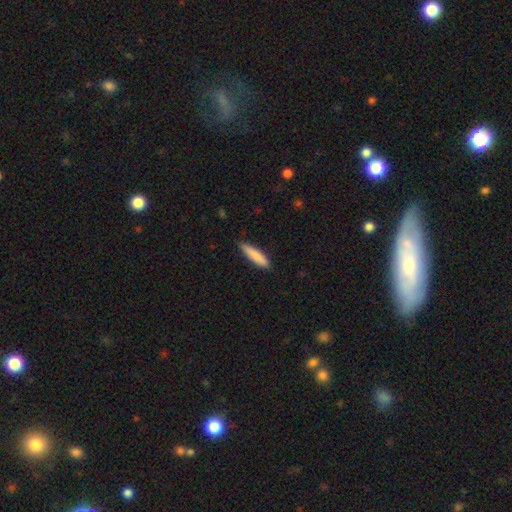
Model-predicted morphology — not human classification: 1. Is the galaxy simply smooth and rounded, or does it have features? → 86% smooth, 9% featured or disk, 6% star or artifact.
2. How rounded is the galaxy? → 78% cigar-shaped, 20% in between, 1% round.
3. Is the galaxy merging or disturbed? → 85% none, 12% minor disturbance, 2% major disturbance, 1% merger.